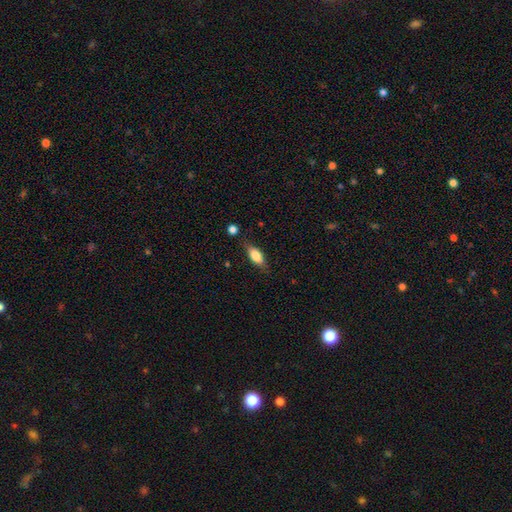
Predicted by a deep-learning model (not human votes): Overall: smooth (77%). How rounded: in between (82%). Merging: none (73%).